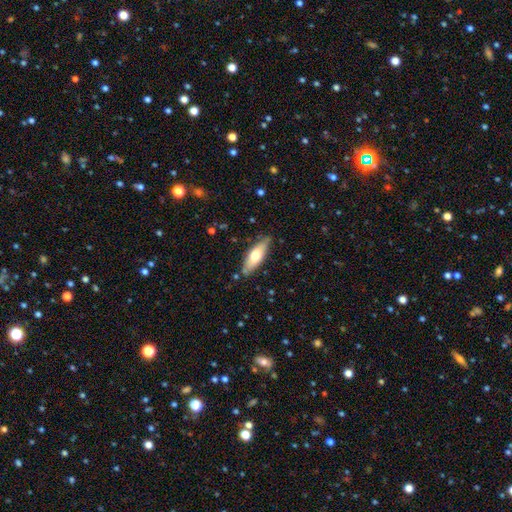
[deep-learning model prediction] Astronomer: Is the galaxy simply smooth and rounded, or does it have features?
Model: smooth — 61%.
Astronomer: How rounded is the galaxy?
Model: in between — 58% (runner-up: cigar-shaped, 40%).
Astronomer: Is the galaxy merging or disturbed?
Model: none — 80%.